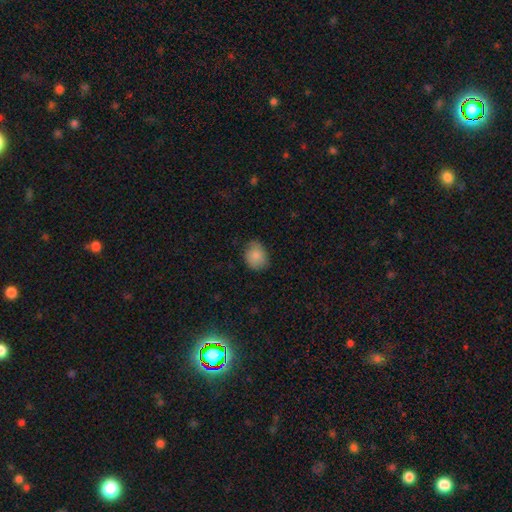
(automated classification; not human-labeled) Morphology: type=smooth (85%); roundness=round (50%); merging=none (72%).